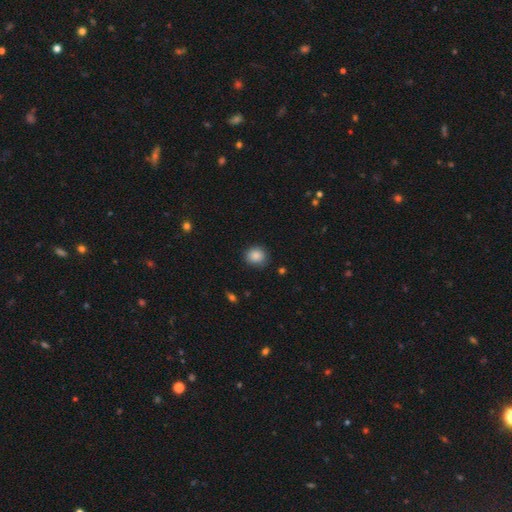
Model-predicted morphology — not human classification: type=smooth (87%); roundness=round (79%); merging=none (82%).